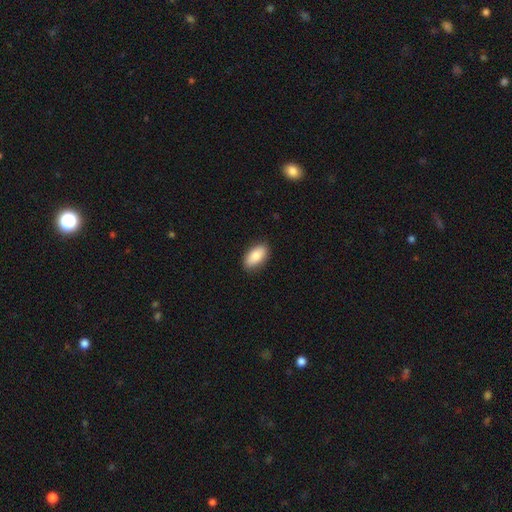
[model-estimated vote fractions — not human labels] Smooth or featured: smooth — 85% (featured or disk — 9%)
How rounded: in between — 93% (cigar-shaped — 4%)
Merging: none — 88% (minor disturbance — 9%)